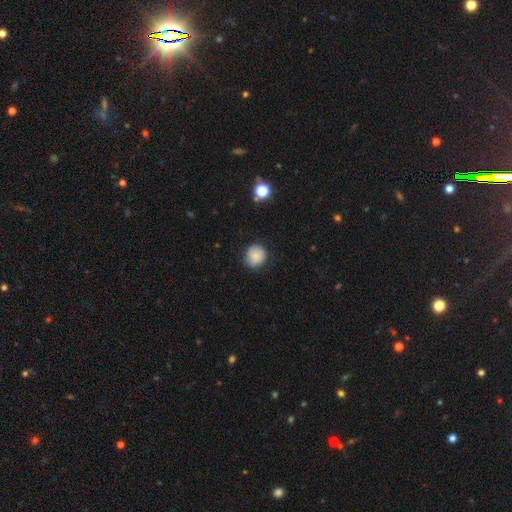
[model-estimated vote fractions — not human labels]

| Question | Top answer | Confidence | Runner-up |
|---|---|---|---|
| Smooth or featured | smooth | 82% | star or artifact (9%) |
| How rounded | round | 87% | in between (12%) |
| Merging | none | 79% | minor disturbance (16%) |